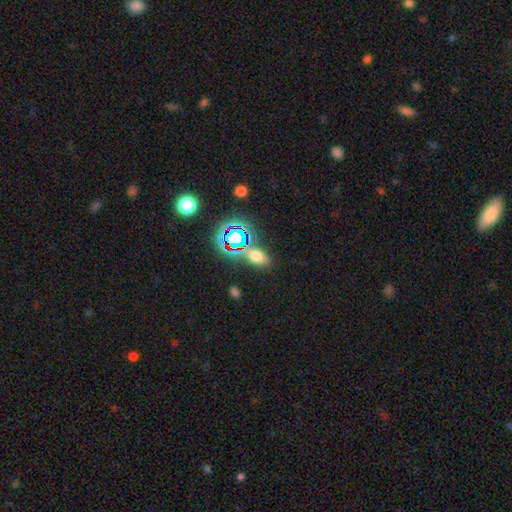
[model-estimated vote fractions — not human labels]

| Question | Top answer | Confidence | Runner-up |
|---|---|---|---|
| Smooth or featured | smooth | 57% | star or artifact (33%) |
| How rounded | in between | 78% | round (16%) |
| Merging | none | 77% | minor disturbance (12%) |